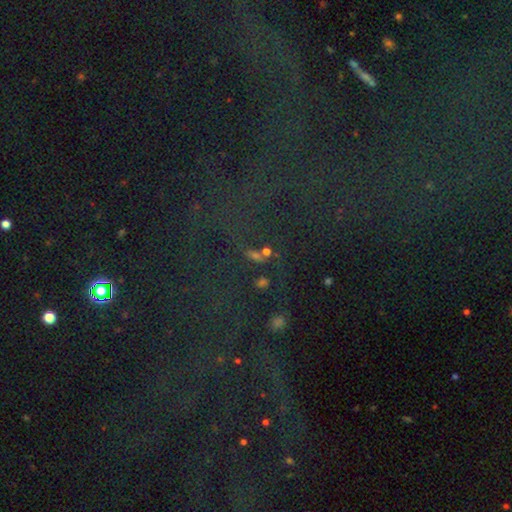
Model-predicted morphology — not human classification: smooth_or_featured: star or artifact (p=0.64) [alt: smooth p=0.24]